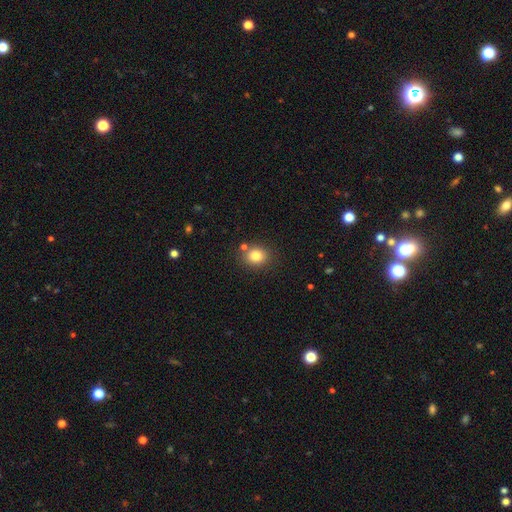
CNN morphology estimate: Smooth or featured? smooth (81%)
How rounded? round (65%)
Merging? none (78%)